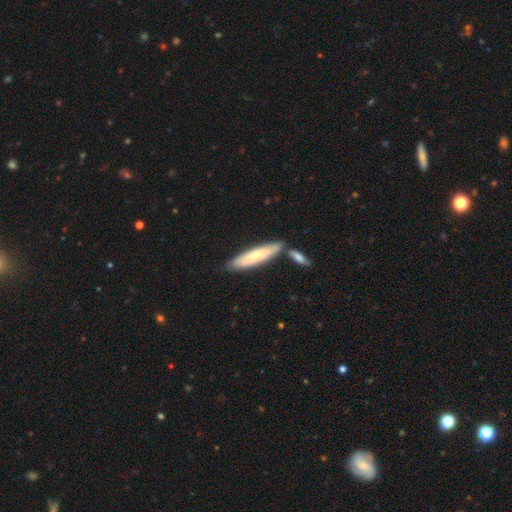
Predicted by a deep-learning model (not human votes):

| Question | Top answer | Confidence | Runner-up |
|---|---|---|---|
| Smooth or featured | smooth | 63% | featured or disk (32%) |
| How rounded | cigar-shaped | 77% | in between (22%) |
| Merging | none | 69% | merger (16%) |